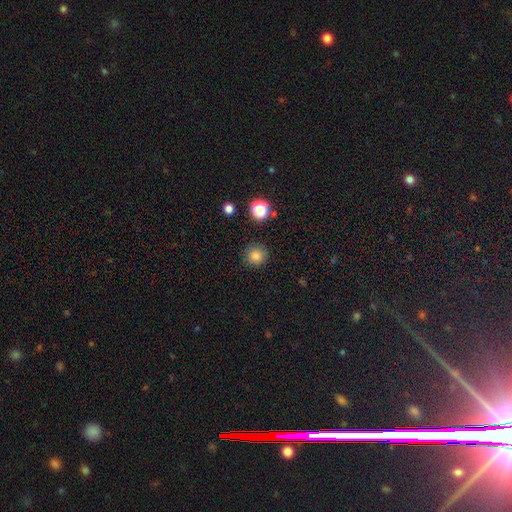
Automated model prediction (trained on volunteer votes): This appears to be a smooth galaxy with no disk features (82%) that is round (93%). Merging: none (89%).